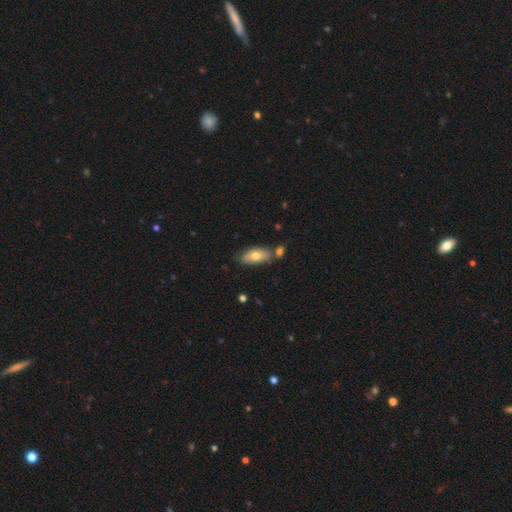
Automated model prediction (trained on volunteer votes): smooth-or-featured: smooth: 72% | featured or disk: 21% | star or artifact: 7%
  how-rounded: in between: 86% | cigar-shaped: 11% | round: 3%
  merging: none: 69% | minor disturbance: 15% | merger: 13% | major disturbance: 3%